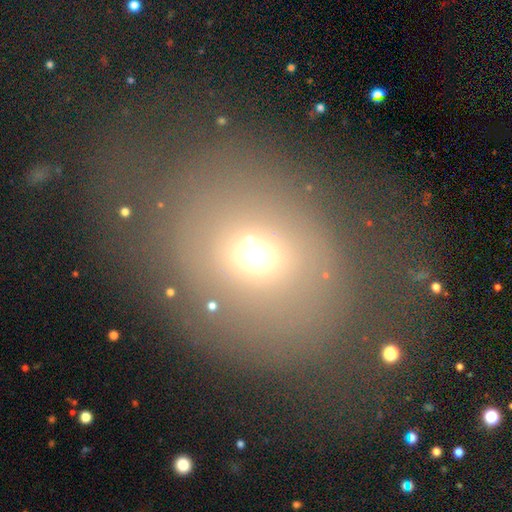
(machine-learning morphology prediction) smooth_or_featured: smooth (p=0.62) [alt: star or artifact p=0.19]
how_rounded: round (p=0.63) [alt: in between p=0.36]
merging: none (p=0.46) [alt: major disturbance p=0.29]